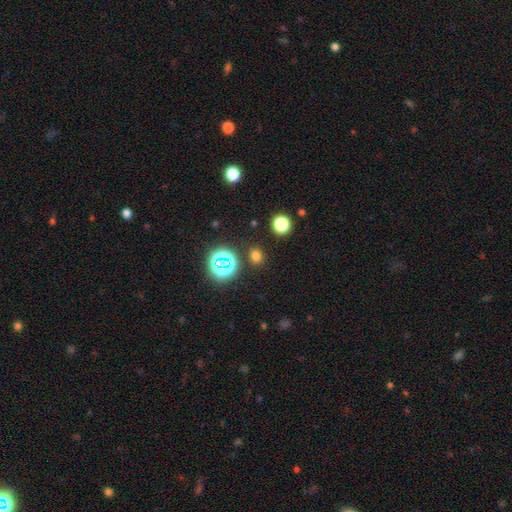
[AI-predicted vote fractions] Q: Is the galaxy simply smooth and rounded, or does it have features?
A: smooth — 68%.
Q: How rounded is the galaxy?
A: round — 67%.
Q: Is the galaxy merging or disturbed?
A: none — 86%.